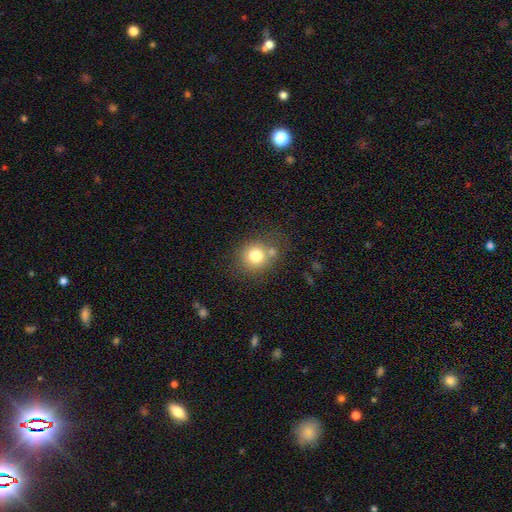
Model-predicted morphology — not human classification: A smooth galaxy with no disk features (77%) that is round (85%).

Vote fractions:
- Smooth or featured? smooth: 77% / featured or disk: 12% / star or artifact: 12%
- How rounded? round: 85% / in between: 14% / cigar-shaped: 1%
- Merging? none: 63% / merger: 18% / minor disturbance: 13% / major disturbance: 5%